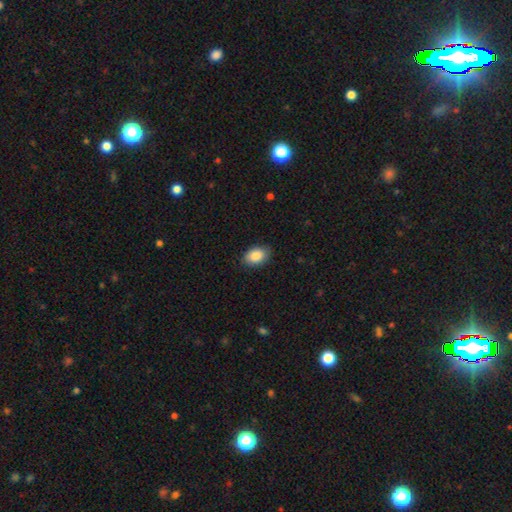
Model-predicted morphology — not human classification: Q: Smooth or featured?
A: smooth (87%); runner-up: star or artifact (7%)
Q: How rounded?
A: in between (87%); runner-up: round (11%)
Q: Merging?
A: none (84%); runner-up: minor disturbance (12%)